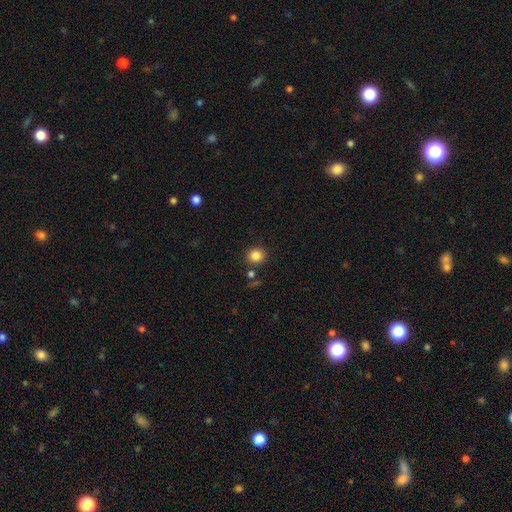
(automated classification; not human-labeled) Smooth or featured? smooth (84%)
How rounded? round (83%)
Merging? none (84%)